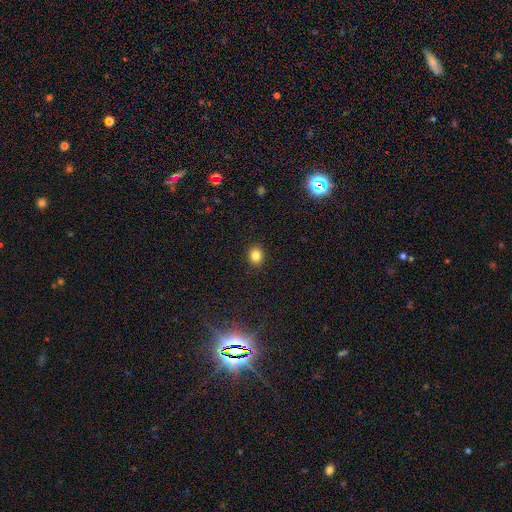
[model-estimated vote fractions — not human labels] A smooth galaxy with no disk features (83%) that is round (73%).

Vote fractions:
- Smooth or featured? smooth: 83% / star or artifact: 12% / featured or disk: 6%
- How rounded? round: 73% / in between: 27% / cigar-shaped: 1%
- Merging? none: 91% / minor disturbance: 6% / major disturbance: 2% / merger: 1%